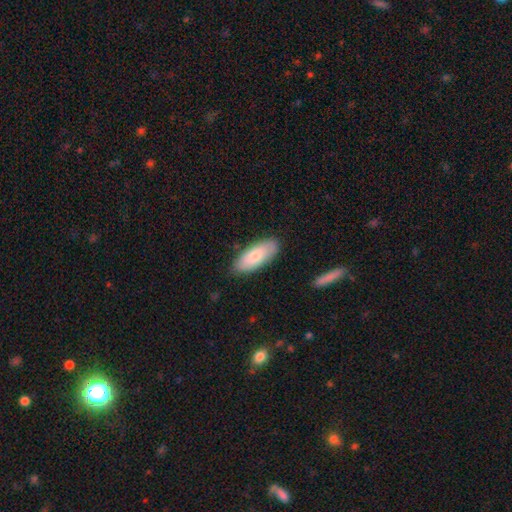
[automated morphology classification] This is likely a smooth galaxy (77%). How rounded: clearly in between (82%). Merging: clearly none (84%).